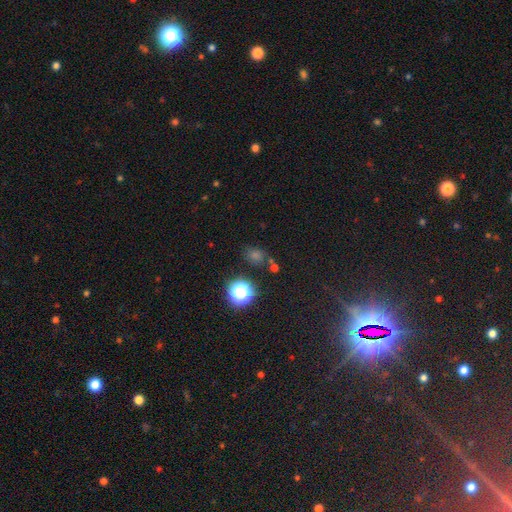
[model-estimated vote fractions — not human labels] The model was most divided on "smooth or featured": star or artifact: 55%, smooth: 36%, featured or disk: 9%.